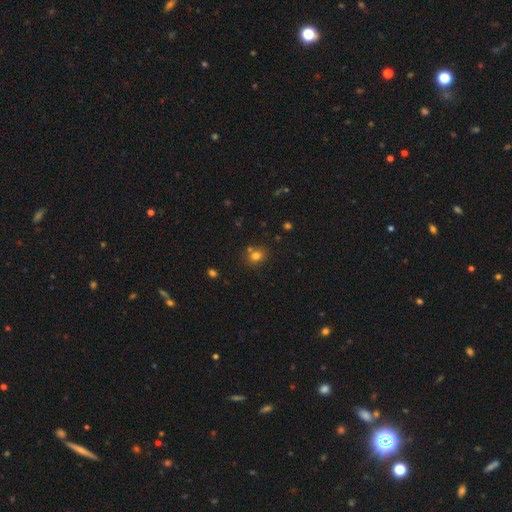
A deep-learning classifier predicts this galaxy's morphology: Smooth or featured? Predicted: smooth (p=0.76). How rounded? Predicted: round (p=0.67). Merging? Predicted: none (p=0.70).